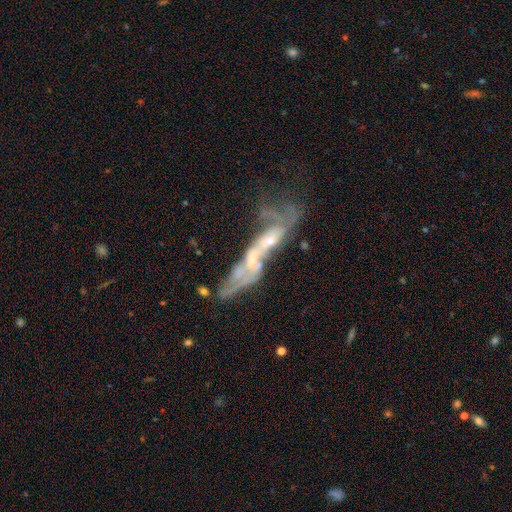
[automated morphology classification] type=featured or disk (72%); edge-on=no (74%); bar=no (66%); spiral arms=yes (60%); bulge=small (49%); merging=merger (57%).